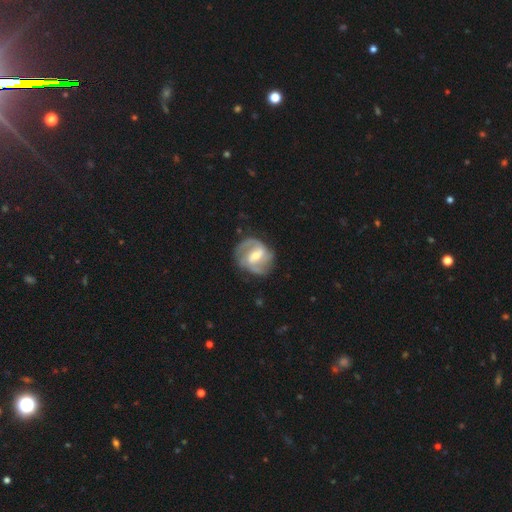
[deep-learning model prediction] Smooth or featured? featured or disk (82%)
Edge-on disk? no (98%)
Bar? weak (50%)
Spiral arms? yes (93%)
Spiral winding? medium (50%)
Spiral arm count? 2 (75%)
Bulge size? moderate (55%)
Merging? none (71%)